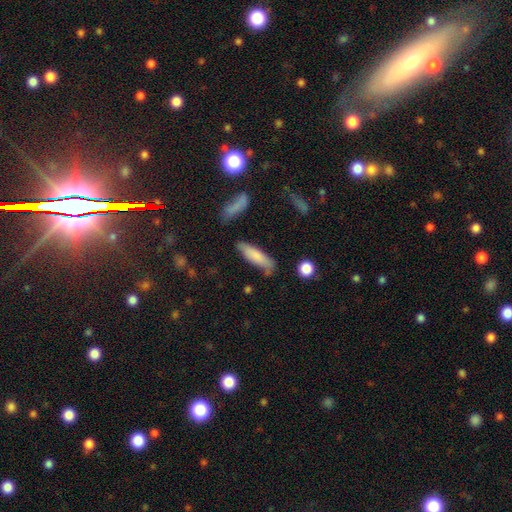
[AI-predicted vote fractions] Overall: smooth (77%). How rounded: cigar-shaped (63%; in between 35%). Merging: none (68%).